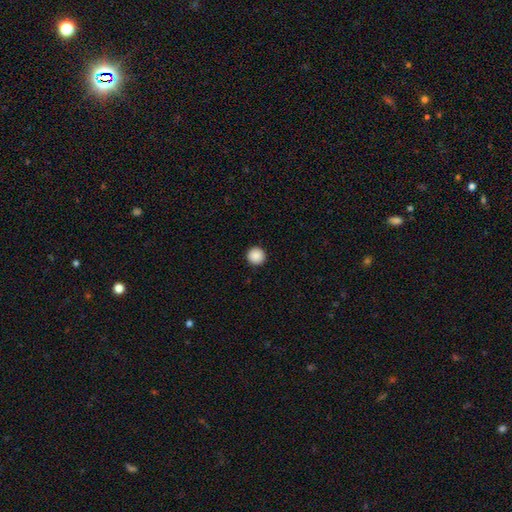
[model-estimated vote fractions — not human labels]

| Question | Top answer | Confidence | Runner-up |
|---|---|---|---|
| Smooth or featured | smooth | 89% | star or artifact (9%) |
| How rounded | round | 96% | in between (3%) |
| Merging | none | 94% | minor disturbance (4%) |